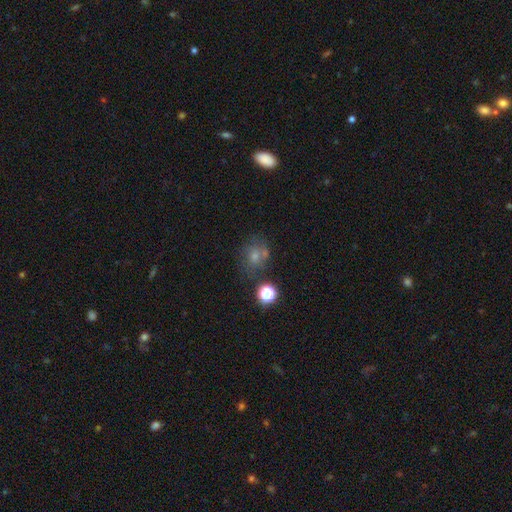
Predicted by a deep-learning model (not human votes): smooth 64%, star or artifact 19%, featured or disk 17%. Down the decision tree: how rounded — round (66%); merging — none (53%).